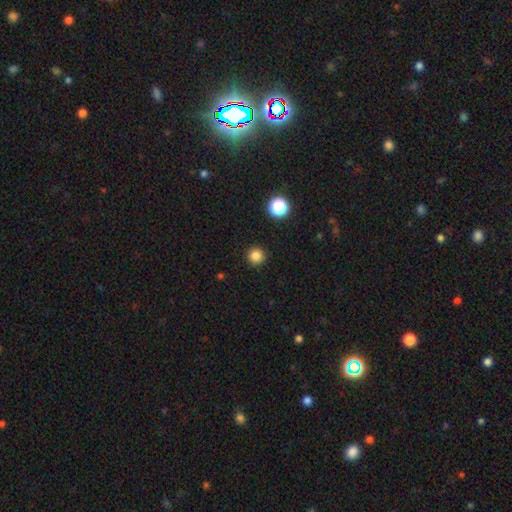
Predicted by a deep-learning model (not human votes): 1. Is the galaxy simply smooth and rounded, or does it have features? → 83% smooth, 13% star or artifact, 4% featured or disk.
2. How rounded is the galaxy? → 96% round, 3% in between, 1% cigar-shaped.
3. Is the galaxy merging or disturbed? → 93% none, 5% minor disturbance, 2% major disturbance, 1% merger.